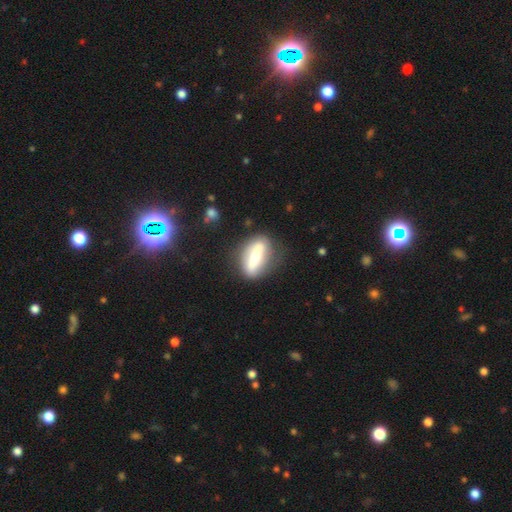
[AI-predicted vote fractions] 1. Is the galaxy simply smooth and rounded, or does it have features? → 50% featured or disk, 43% smooth, 6% star or artifact.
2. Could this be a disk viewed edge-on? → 62% no, 38% yes.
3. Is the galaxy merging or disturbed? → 74% none, 16% minor disturbance, 7% major disturbance, 2% merger.